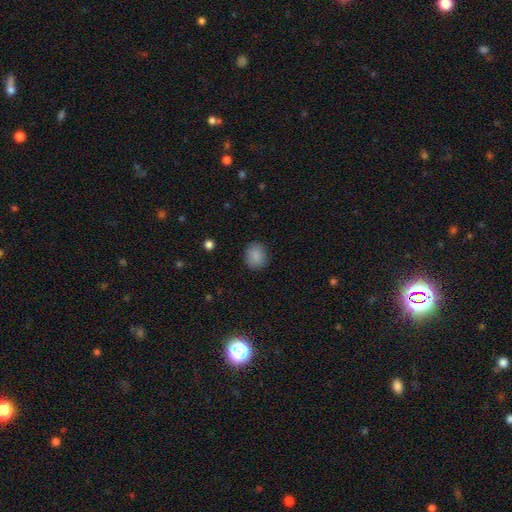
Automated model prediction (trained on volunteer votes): Smooth or featured?
  - smooth: 87% *
  - star or artifact: 9%
  - featured or disk: 4%
How rounded?
  - round: 63% *
  - in between: 36%
  - cigar-shaped: 1%
Merging?
  - none: 85% *
  - minor disturbance: 11%
  - major disturbance: 3%
  - merger: 1%